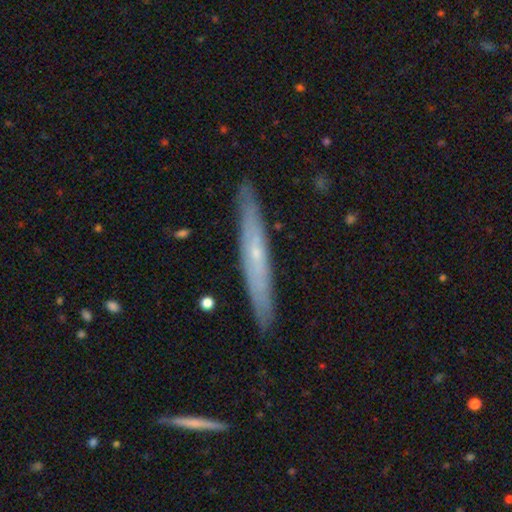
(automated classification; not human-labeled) Smooth or featured?
  - featured or disk: 64% *
  - smooth: 30%
  - star or artifact: 6%
Edge-on disk?
  - yes: 86% *
  - no: 14%
Edge-on bulge?
  - none: 50% *
  - rounded: 48%
  - boxy: 2%
Merging?
  - none: 89% *
  - minor disturbance: 8%
  - major disturbance: 1%
  - merger: 1%